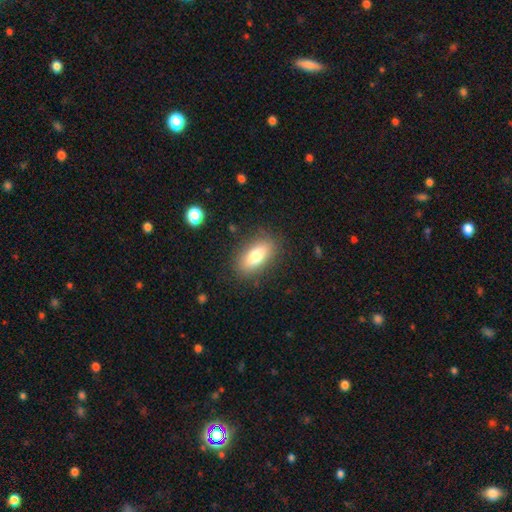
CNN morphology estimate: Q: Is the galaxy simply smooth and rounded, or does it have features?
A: smooth — 78%.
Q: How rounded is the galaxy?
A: in between — 82%.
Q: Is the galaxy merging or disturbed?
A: none — 84%.